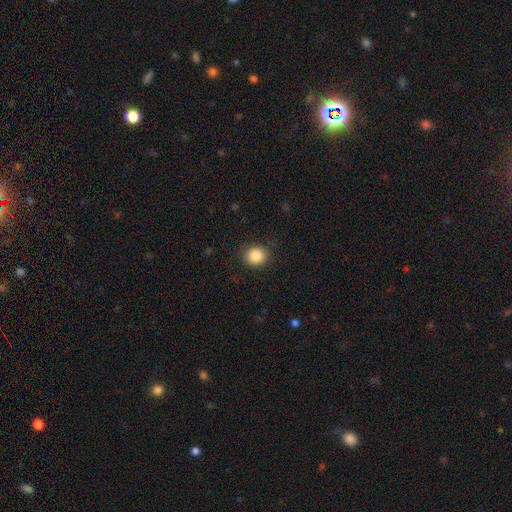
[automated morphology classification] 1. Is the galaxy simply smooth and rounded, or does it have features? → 86% smooth, 10% star or artifact, 5% featured or disk.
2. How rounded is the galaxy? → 82% round, 17% in between, 1% cigar-shaped.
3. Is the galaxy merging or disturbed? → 89% none, 8% minor disturbance, 2% major disturbance, 1% merger.